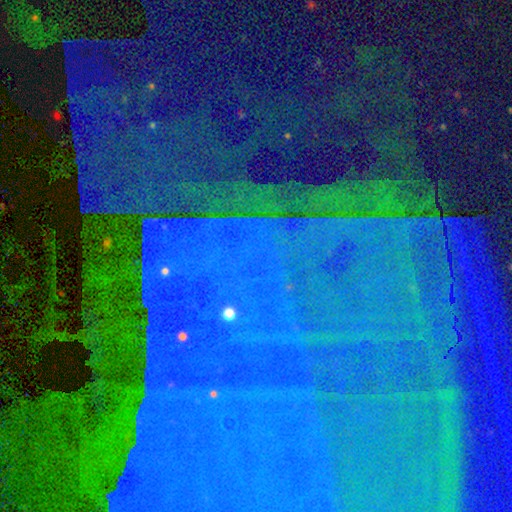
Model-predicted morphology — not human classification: Smooth or featured?
  - star or artifact: 87% *
  - featured or disk: 7%
  - smooth: 6%